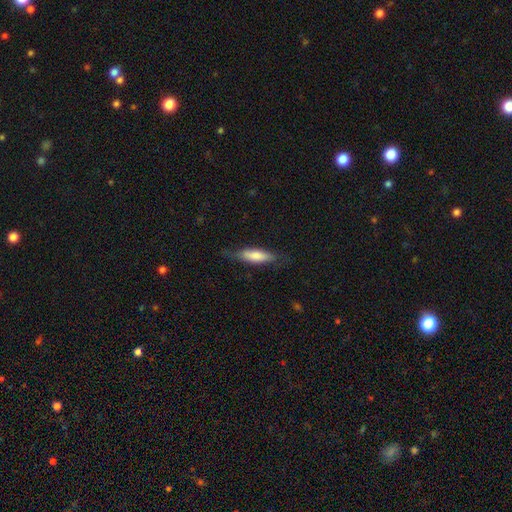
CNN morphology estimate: Q: Smooth or featured?
A: smooth (73%); runner-up: featured or disk (21%)
Q: How rounded?
A: cigar-shaped (60%); runner-up: in between (39%)
Q: Merging?
A: none (76%); runner-up: minor disturbance (18%)